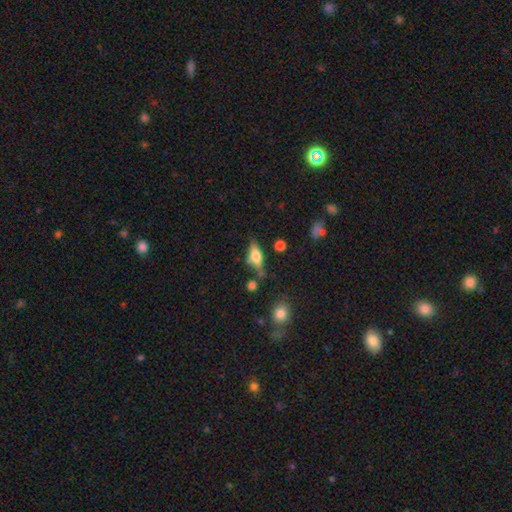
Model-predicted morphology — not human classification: This is possibly a smooth galaxy (54%). How rounded: likely in between (66%). Merging: possibly none (56%).